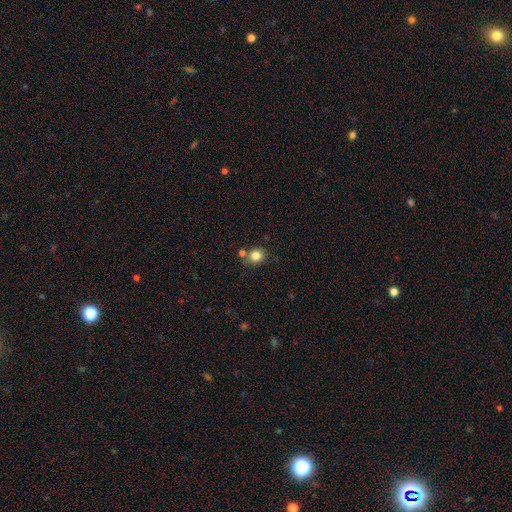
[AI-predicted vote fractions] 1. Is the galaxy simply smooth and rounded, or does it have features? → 82% smooth, 11% star or artifact, 7% featured or disk.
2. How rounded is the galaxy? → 77% round, 23% in between, 1% cigar-shaped.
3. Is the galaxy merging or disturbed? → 72% none, 14% merger, 11% minor disturbance, 3% major disturbance.